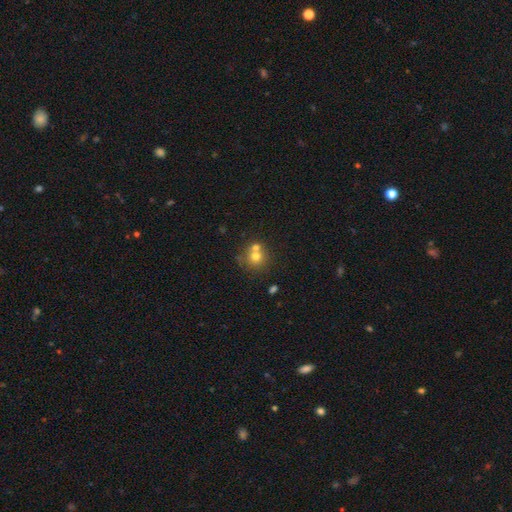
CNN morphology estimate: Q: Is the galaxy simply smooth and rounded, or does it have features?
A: smooth — 69%.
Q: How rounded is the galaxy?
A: round — 88%.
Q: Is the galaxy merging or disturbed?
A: none — 49%.